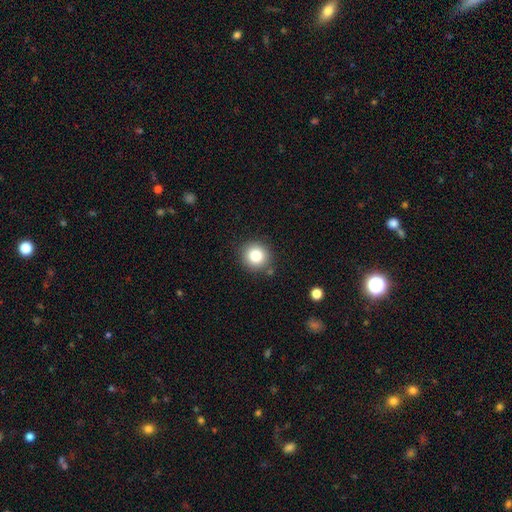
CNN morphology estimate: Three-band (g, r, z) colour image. It shows a smooth galaxy with no disk features (80%) that is round (93%). Merging: none (86%).